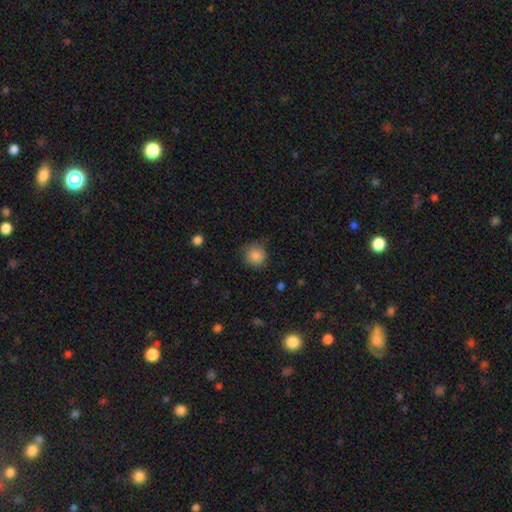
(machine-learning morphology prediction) smooth-or-featured: smooth: 86% | star or artifact: 9% | featured or disk: 5%
  how-rounded: round: 91% | in between: 9% | cigar-shaped: 1%
  merging: none: 80% | minor disturbance: 15% | major disturbance: 4% | merger: 1%